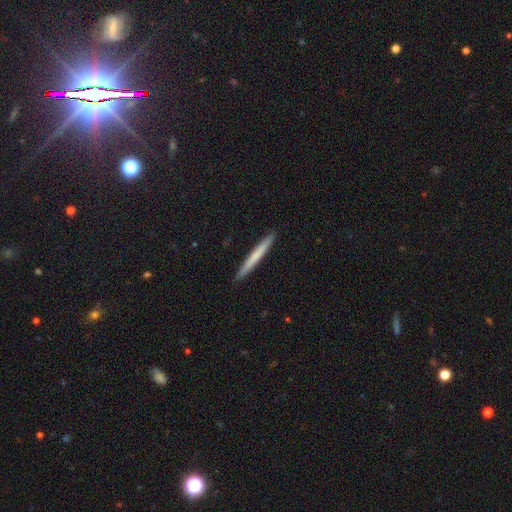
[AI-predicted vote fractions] Smooth or featured? smooth (65%)
How rounded? cigar-shaped (97%)
Merging? none (92%)